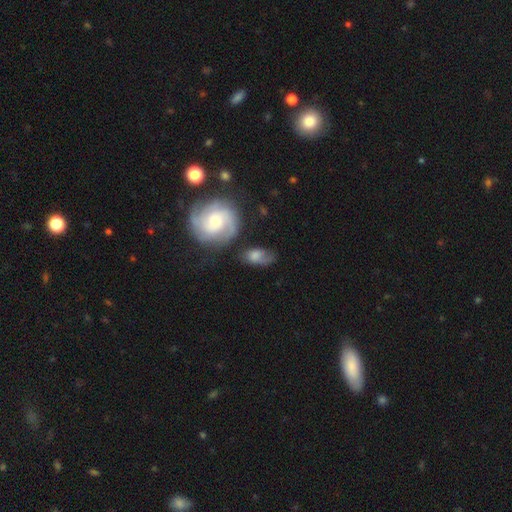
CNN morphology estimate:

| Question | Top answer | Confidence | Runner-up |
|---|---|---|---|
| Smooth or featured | smooth | 52% | featured or disk (39%) |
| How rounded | in between | 84% | round (12%) |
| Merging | none | 54% | minor disturbance (24%) |